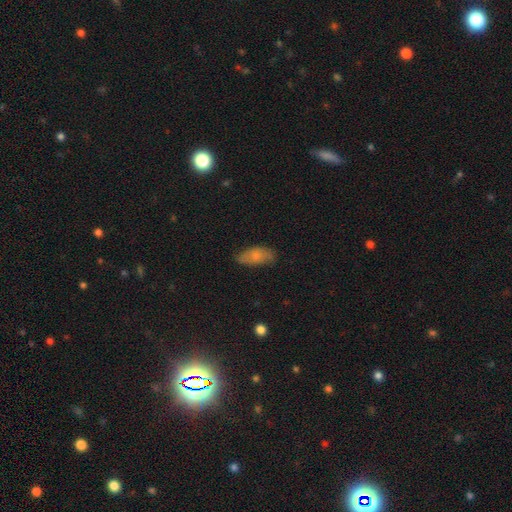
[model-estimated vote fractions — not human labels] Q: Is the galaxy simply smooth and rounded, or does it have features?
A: smooth — 70%.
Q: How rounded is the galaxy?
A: in between — 91%.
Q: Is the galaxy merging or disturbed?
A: none — 69%.